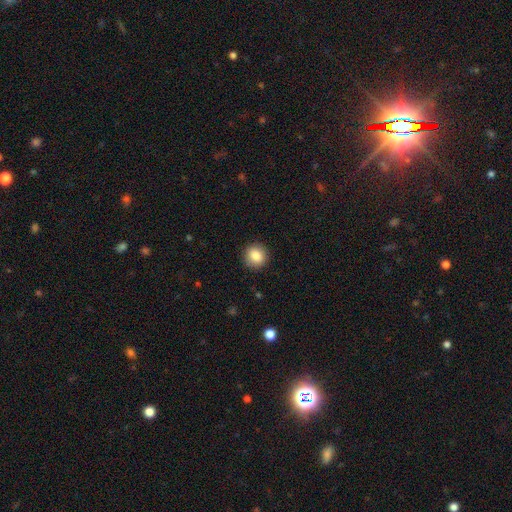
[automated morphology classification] smooth_or_featured: smooth (p=0.85) [alt: star or artifact p=0.09]
how_rounded: round (p=0.89) [alt: in between p=0.10]
merging: none (p=0.90) [alt: minor disturbance p=0.07]